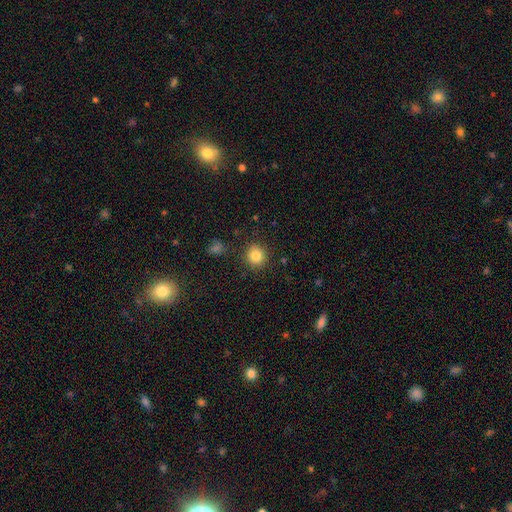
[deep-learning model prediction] smooth 84%, star or artifact 11%, featured or disk 6%. Down the decision tree: how rounded — round (89%); merging — none (88%).